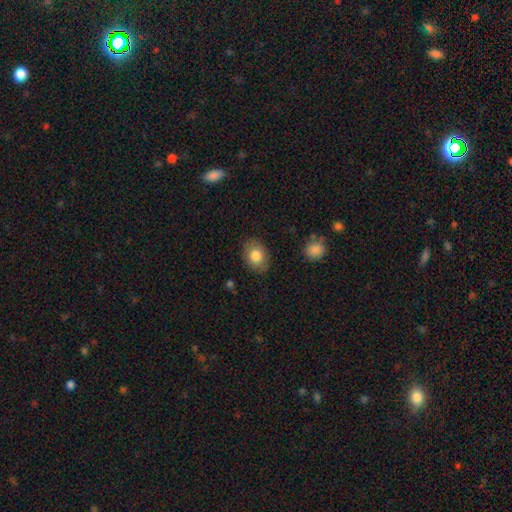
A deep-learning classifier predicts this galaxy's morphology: Overall: smooth (81%). How rounded: in between (66%; round 33%). Merging: none (85%).